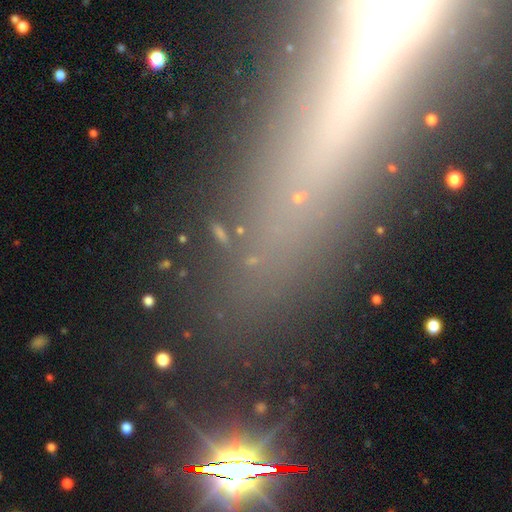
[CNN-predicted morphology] This is possibly a star or artifact rather than a galaxy (53%).